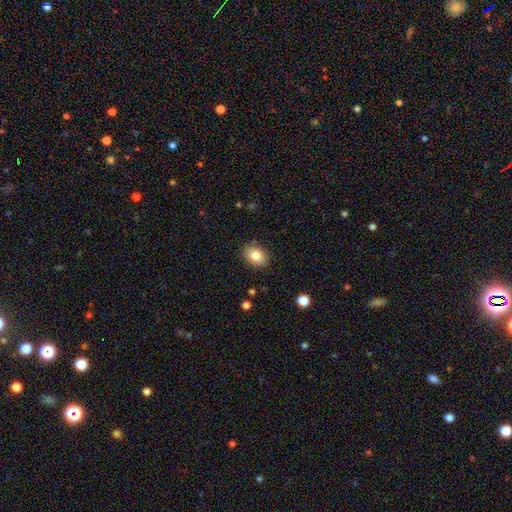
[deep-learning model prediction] The model was most divided on "how rounded": in between: 72%, round: 27%, cigar-shaped: 1%. More confident: merging — none (87%); smooth or featured — smooth (83%).